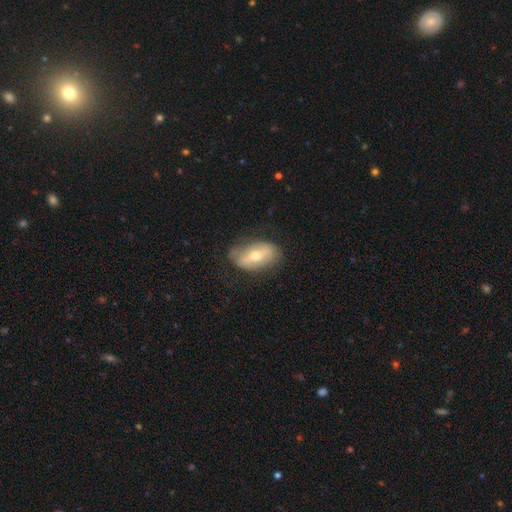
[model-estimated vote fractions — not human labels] A featured or disk galaxy (55%). Merging: none (70%).